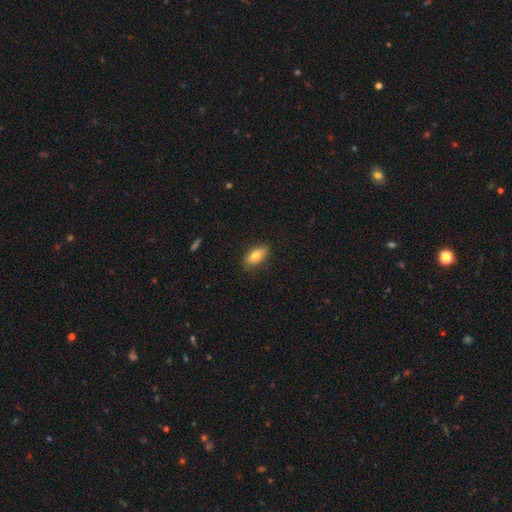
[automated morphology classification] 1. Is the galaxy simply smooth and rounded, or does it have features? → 79% smooth, 13% featured or disk, 7% star or artifact.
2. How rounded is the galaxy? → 86% in between, 11% cigar-shaped, 4% round.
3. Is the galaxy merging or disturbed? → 85% none, 12% minor disturbance, 2% major disturbance, 1% merger.